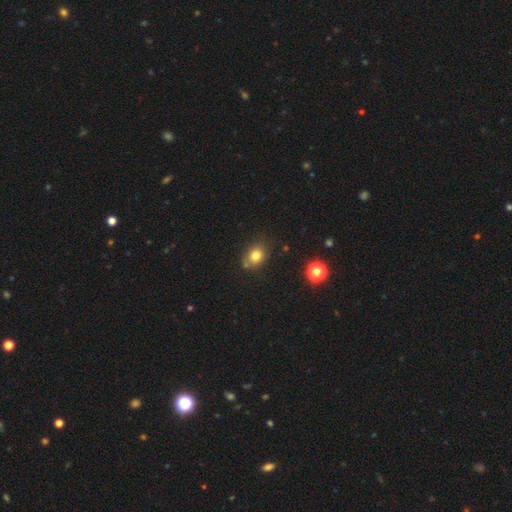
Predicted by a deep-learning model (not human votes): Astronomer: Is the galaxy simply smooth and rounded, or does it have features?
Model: smooth — 79%.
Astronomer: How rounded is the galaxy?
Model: round — 50% (runner-up: in between, 49%).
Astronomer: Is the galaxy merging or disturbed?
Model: none — 73%.